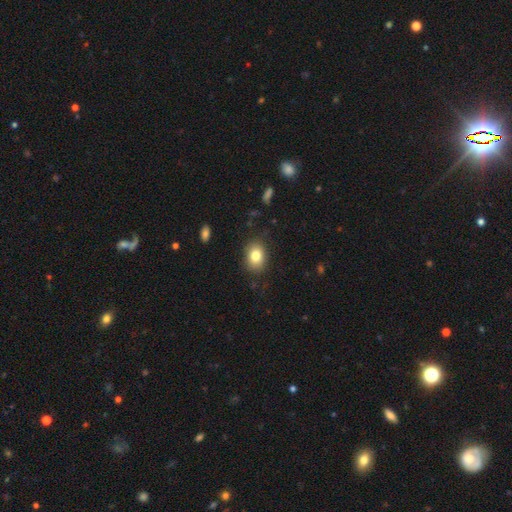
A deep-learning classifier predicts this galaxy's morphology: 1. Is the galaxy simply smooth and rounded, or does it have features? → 81% smooth, 10% featured or disk, 9% star or artifact.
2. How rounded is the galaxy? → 65% in between, 34% round, 1% cigar-shaped.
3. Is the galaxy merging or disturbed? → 84% none, 11% minor disturbance, 3% major disturbance, 1% merger.